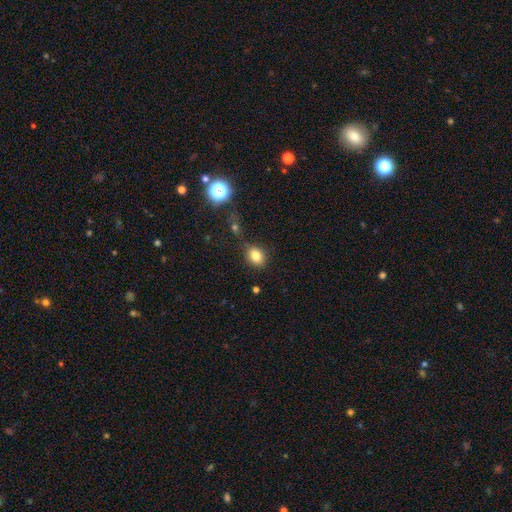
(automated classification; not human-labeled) Smooth or featured? smooth (81%)
How rounded? in between (54%)
Merging? none (75%)